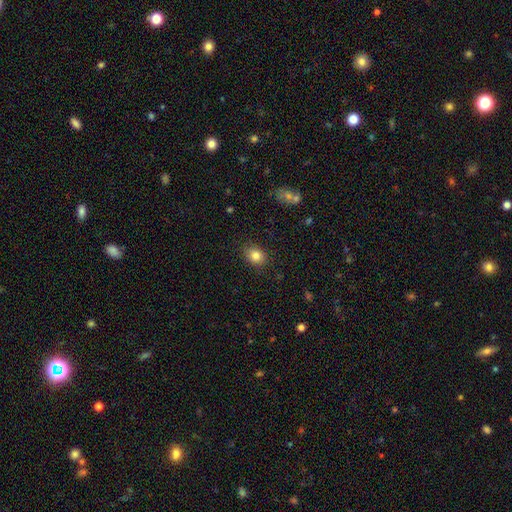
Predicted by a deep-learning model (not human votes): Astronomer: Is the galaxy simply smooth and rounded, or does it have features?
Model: smooth — 82%.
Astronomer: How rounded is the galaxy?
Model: in between — 53% (runner-up: round, 46%).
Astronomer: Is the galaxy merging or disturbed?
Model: none — 86%.